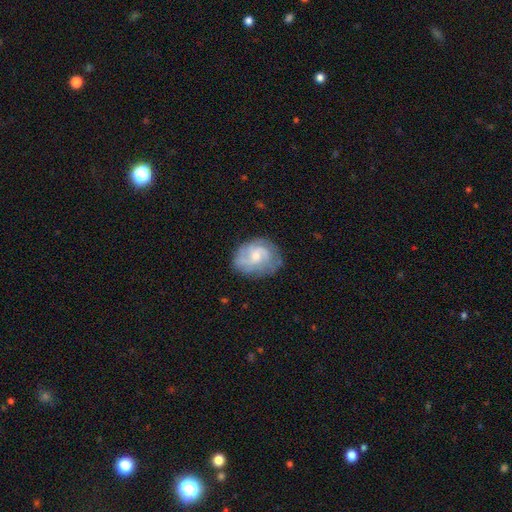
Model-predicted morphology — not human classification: Smooth or featured? Predicted: featured or disk (p=0.75). Edge-on disk? Predicted: no (p=0.98). Bar? Predicted: no (p=0.60). Spiral arms? Predicted: yes (p=0.92). Spiral winding? Predicted: medium (p=0.43). Spiral arm count? Predicted: 2 (p=0.28, tied with can't tell). Bulge size? Predicted: small (p=0.51). Merging? Predicted: none (p=0.73).